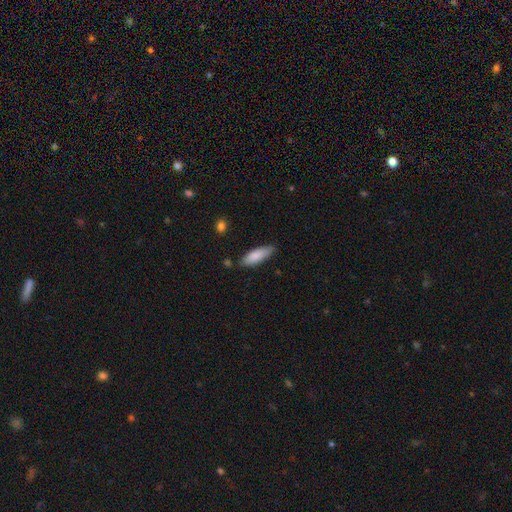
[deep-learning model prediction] Morphology: type=smooth (84%); roundness=in between (54%); merging=none (78%).